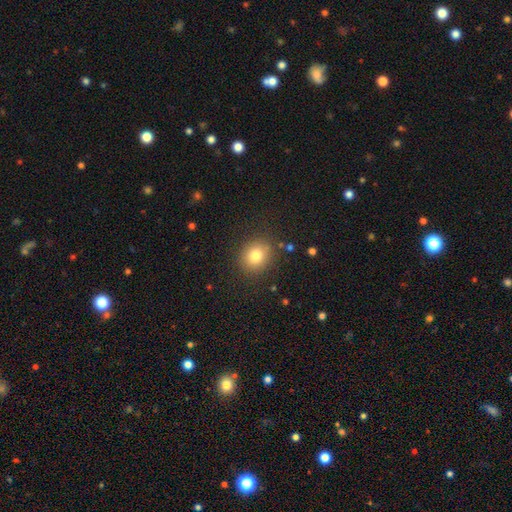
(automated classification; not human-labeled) smooth-or-featured: smooth: 80% | star or artifact: 11% | featured or disk: 9%
  how-rounded: round: 74% | in between: 25% | cigar-shaped: 1%
  merging: none: 86% | minor disturbance: 9% | major disturbance: 3% | merger: 2%